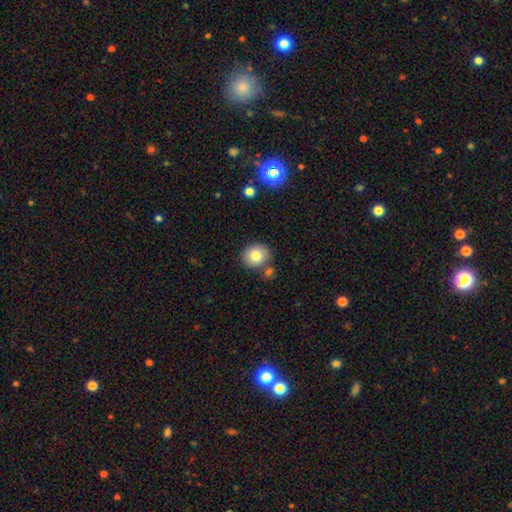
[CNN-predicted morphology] smooth 80%, featured or disk 10%, star or artifact 10%. Down the decision tree: how rounded — round (79%); merging — none (76%).